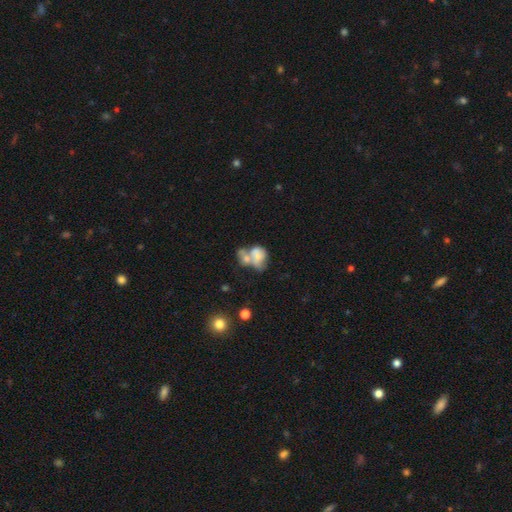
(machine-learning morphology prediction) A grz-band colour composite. It shows a smooth galaxy with no disk features (53%) that is in between round and cigar-shaped (66%). Merging: merger (64%).